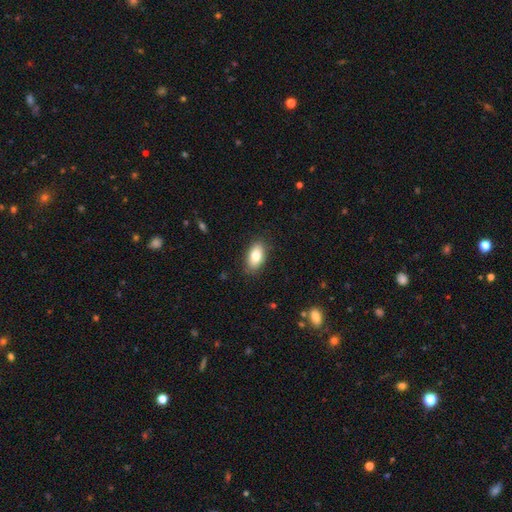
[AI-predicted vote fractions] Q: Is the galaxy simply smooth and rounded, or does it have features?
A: smooth — 80%.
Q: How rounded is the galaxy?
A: in between — 91%.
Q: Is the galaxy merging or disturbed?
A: none — 85%.